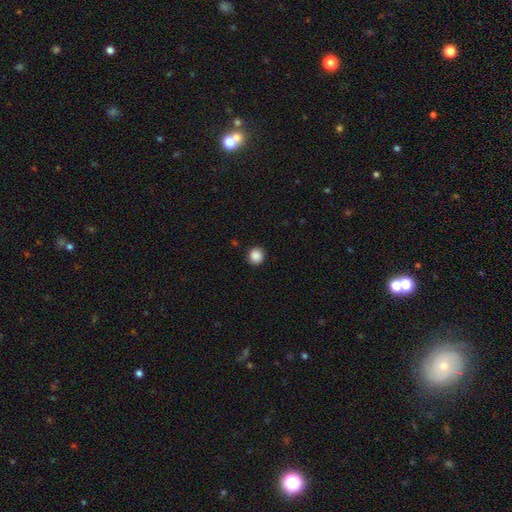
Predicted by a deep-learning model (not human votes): A smooth galaxy with no disk features (88%) that is round (92%). Merging: none (91%).